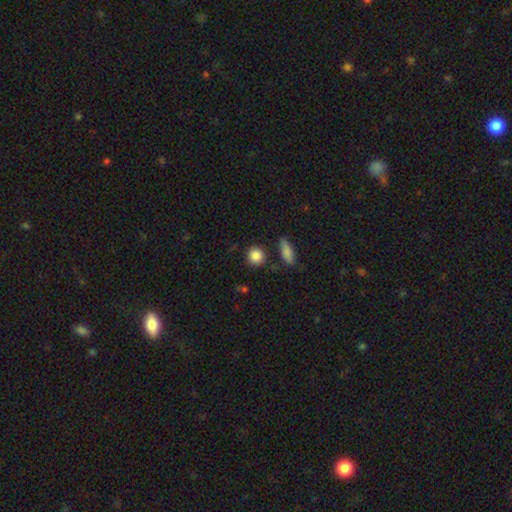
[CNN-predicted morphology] smooth-or-featured: smooth: 87% | star or artifact: 8% | featured or disk: 5%
  how-rounded: round: 88% | in between: 11% | cigar-shaped: 2%
  merging: none: 83% | minor disturbance: 10% | merger: 5% | major disturbance: 3%